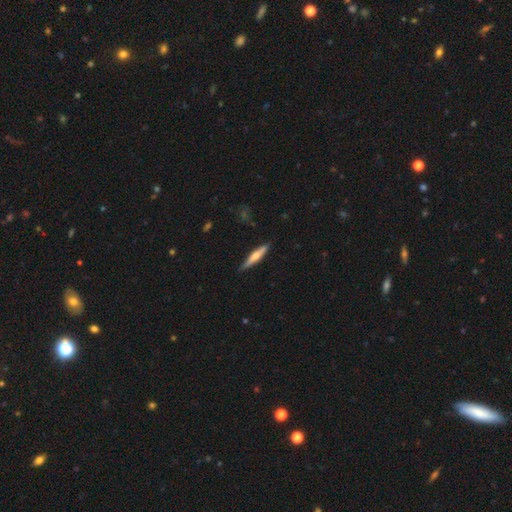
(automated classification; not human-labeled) Smooth or featured? smooth (47%, tied with featured or disk)
Merging? none (84%)